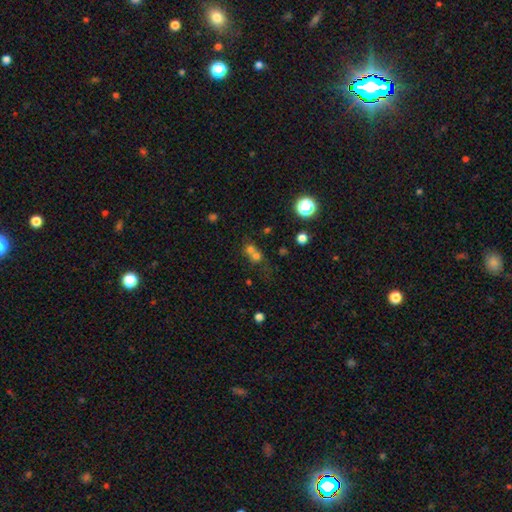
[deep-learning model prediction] This is likely a smooth galaxy (62%). How rounded: clearly round (82%). Merging: possibly merger (56%).